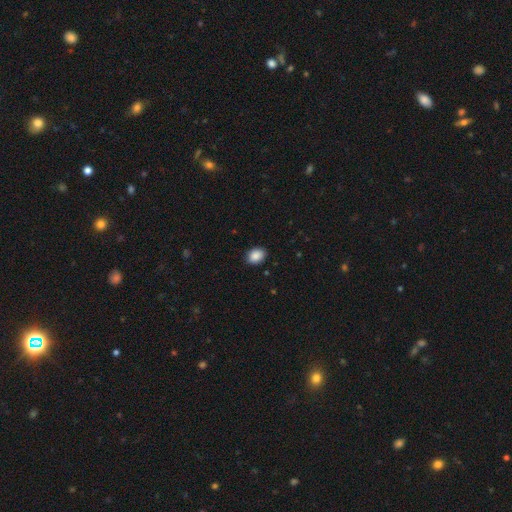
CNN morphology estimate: The model was most divided on "how rounded": in between: 61%, round: 38%, cigar-shaped: 1%. More confident: smooth or featured — smooth (89%); merging — none (89%).